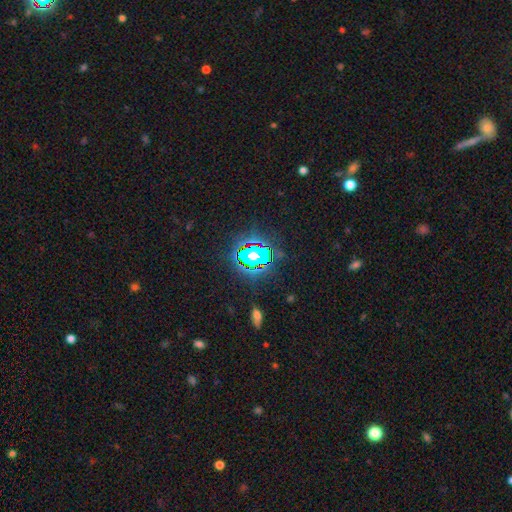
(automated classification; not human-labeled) smooth_or_featured: star or artifact (p=0.78) [alt: smooth p=0.13]